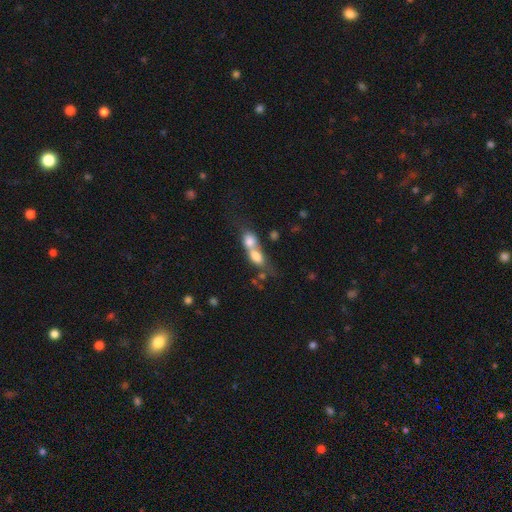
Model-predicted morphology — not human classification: Smooth or featured? Predicted: smooth (p=0.71). How rounded? Predicted: in between (p=0.61). Merging? Predicted: merger (p=0.74).